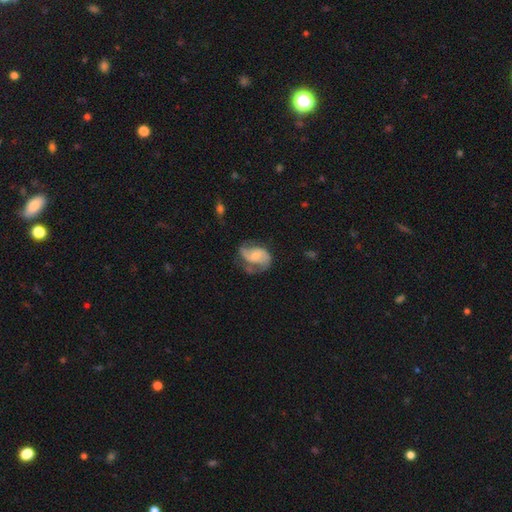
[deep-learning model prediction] smooth-or-featured: featured or disk: 78% | smooth: 16% | star or artifact: 6%
  disk-edge-on: no: 97% | yes: 3%
    bar: no: 57% | weak: 34% | strong: 9%
    has-spiral-arms: yes: 93% | no: 7%
      spiral-winding: medium: 47% | loose: 33% | tight: 20%
      spiral-arm-count: 2: 84% | can't tell: 6% | 1: 4% | 3: 3% | 4: 1% | more than 4: 1%
    bulge-size: small: 48% | moderate: 43% | none: 5% | large: 3% | dominant: 1%
  merging: none: 55% | minor disturbance: 26% | major disturbance: 16% | merger: 3%